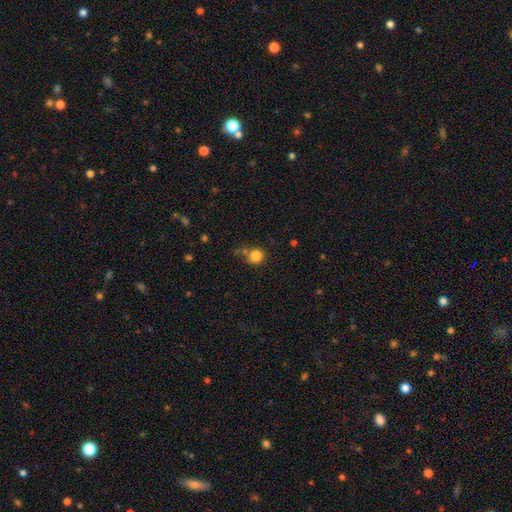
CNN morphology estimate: Q: Smooth or featured?
A: smooth (84%); runner-up: star or artifact (11%)
Q: How rounded?
A: round (85%); runner-up: in between (14%)
Q: Merging?
A: none (68%); runner-up: minor disturbance (15%)